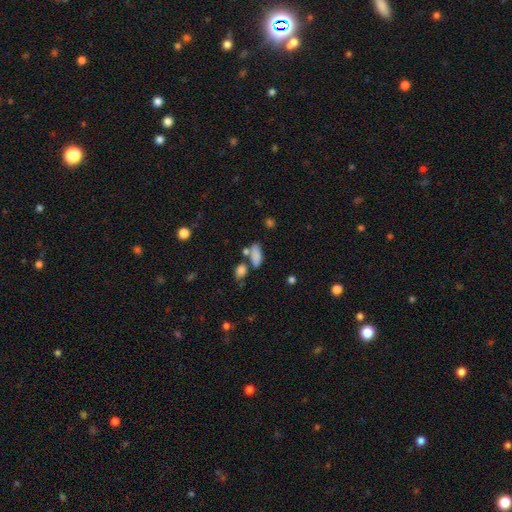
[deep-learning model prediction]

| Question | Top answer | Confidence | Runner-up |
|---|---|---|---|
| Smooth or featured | smooth | 82% | star or artifact (10%) |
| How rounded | in between | 77% | cigar-shaped (18%) |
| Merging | none | 54% | merger (24%) |